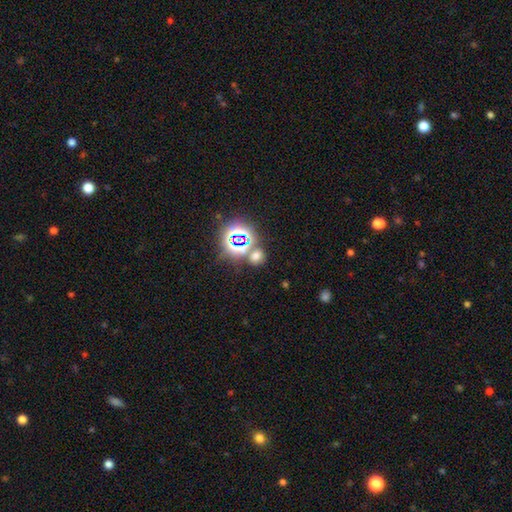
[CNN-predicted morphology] type=smooth (51%); roundness=round (63%); merging=none (70%).